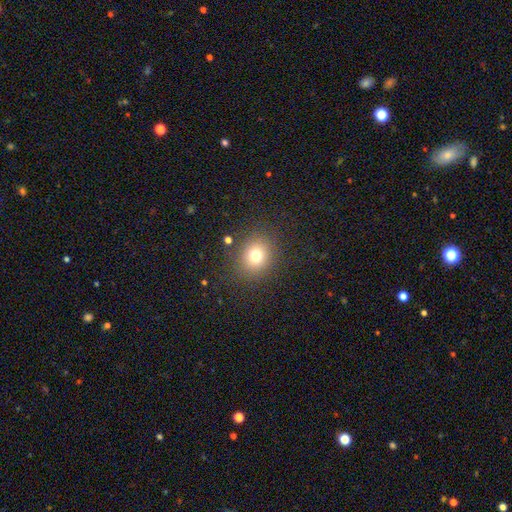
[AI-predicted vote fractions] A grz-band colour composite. It shows a smooth galaxy with no disk features (75%) that is round (72%). Merging: none (86%).